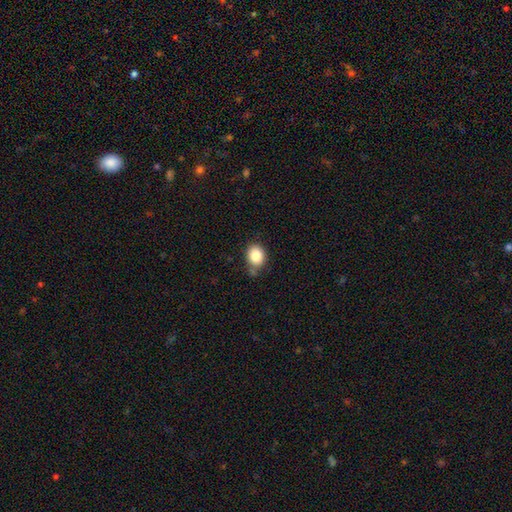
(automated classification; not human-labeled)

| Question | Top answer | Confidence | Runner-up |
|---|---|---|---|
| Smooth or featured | smooth | 84% | star or artifact (9%) |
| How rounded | round | 57% | in between (42%) |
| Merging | none | 69% | minor disturbance (20%) |